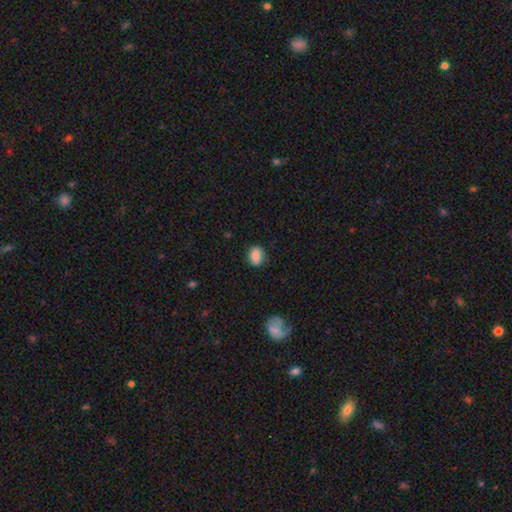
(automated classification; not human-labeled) Smooth or featured: smooth — 81% (featured or disk — 10%)
How rounded: in between — 62% (round — 36%)
Merging: none — 77% (minor disturbance — 17%)